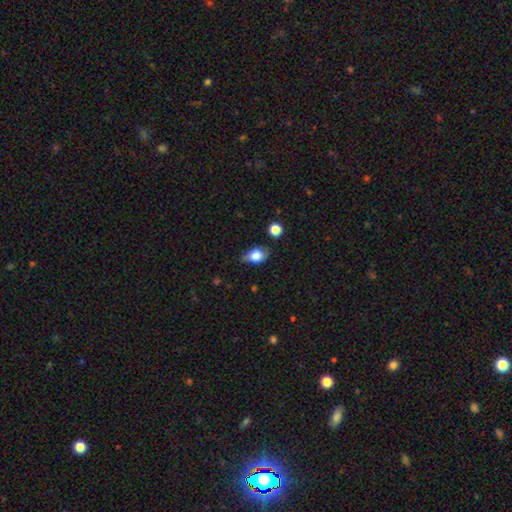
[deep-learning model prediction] Smooth or featured? Predicted: smooth (p=0.74). How rounded? Predicted: in between (p=0.77). Merging? Predicted: none (p=0.51).